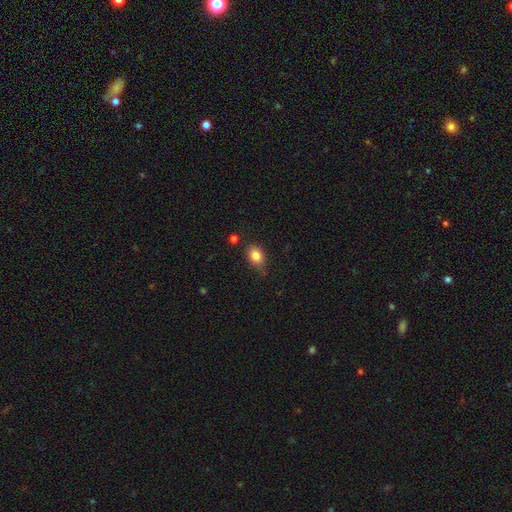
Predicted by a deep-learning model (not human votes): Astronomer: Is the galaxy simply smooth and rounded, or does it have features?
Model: smooth — 84%.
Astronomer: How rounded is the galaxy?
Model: in between — 70%.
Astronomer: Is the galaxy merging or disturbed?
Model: none — 70%.